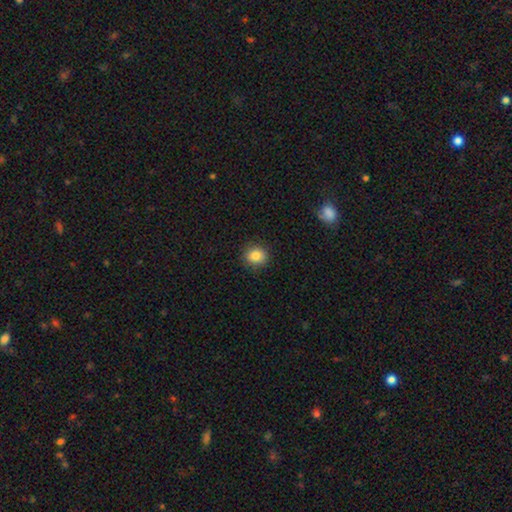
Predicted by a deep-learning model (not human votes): smooth 84%, star or artifact 10%, featured or disk 6%. Down the decision tree: how rounded — round (78%); merging — none (90%).